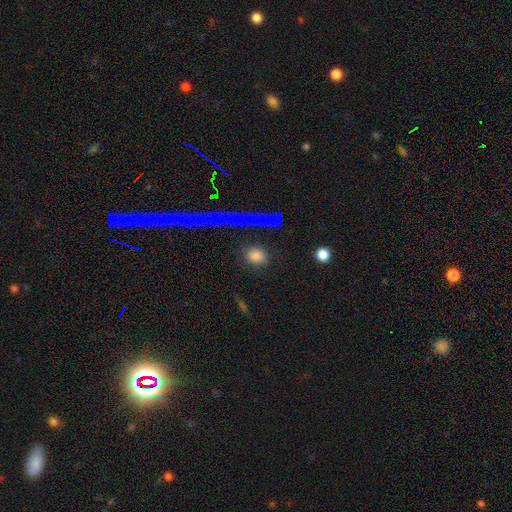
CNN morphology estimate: smooth-or-featured: smooth: 81% | star or artifact: 11% | featured or disk: 8%
  how-rounded: round: 73% | in between: 23% | cigar-shaped: 4%
  merging: none: 83% | minor disturbance: 10% | major disturbance: 4% | merger: 3%